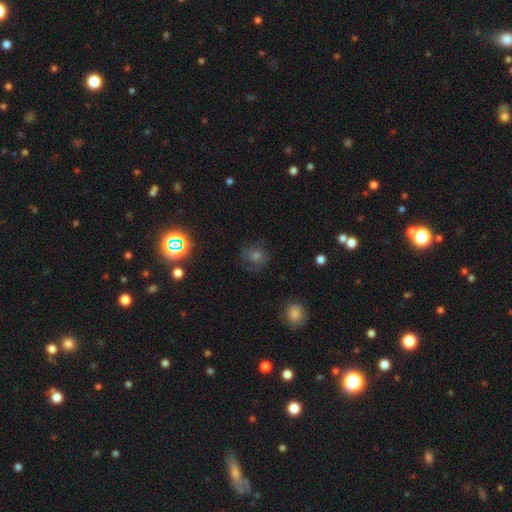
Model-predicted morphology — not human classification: The model was most divided on "smooth or featured": star or artifact: 36%, smooth: 33%, featured or disk: 31%.